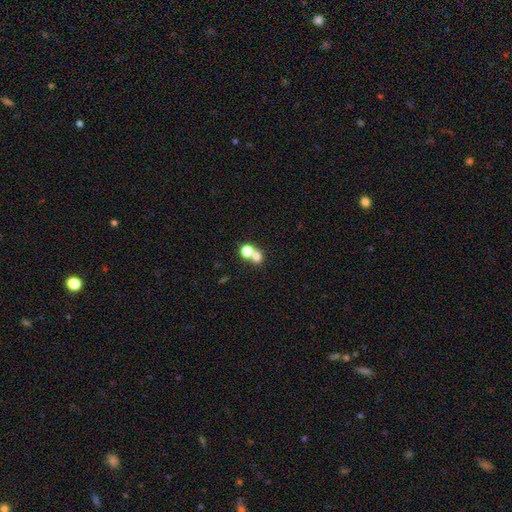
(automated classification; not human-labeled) This is likely a smooth galaxy (71%). How rounded: likely round (75%). Merging: possibly merger (52%).